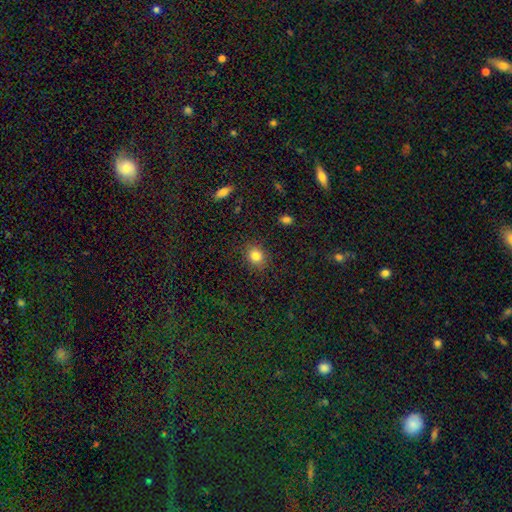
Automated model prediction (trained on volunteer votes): Smooth or featured? smooth (83%)
How rounded? round (68%)
Merging? none (87%)